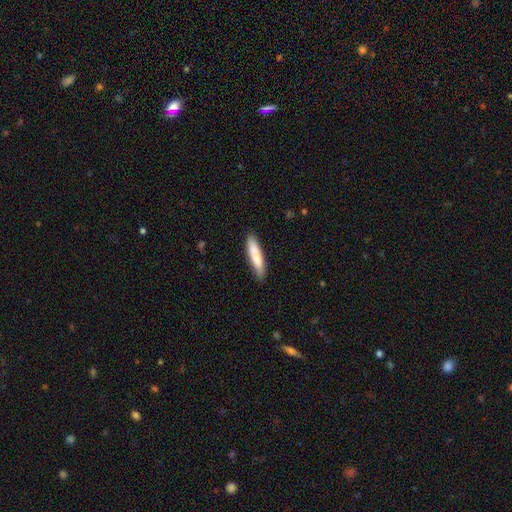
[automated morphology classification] Overall: smooth (82%). How rounded: cigar-shaped (83%). Merging: none (86%).